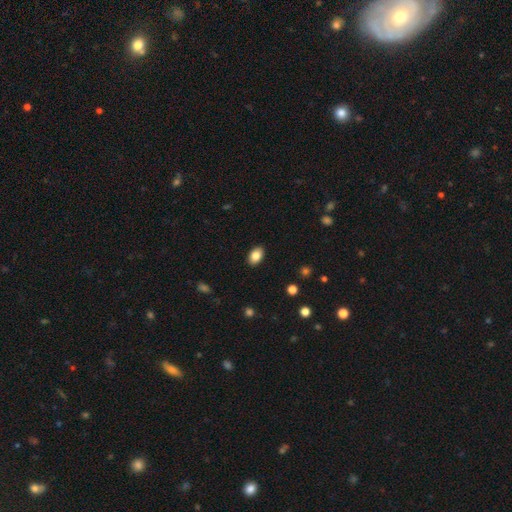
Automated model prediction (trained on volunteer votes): The model was most divided on "smooth or featured": smooth: 84%, featured or disk: 8%, star or artifact: 8%. More confident: merging — none (89%); how rounded — in between (89%).